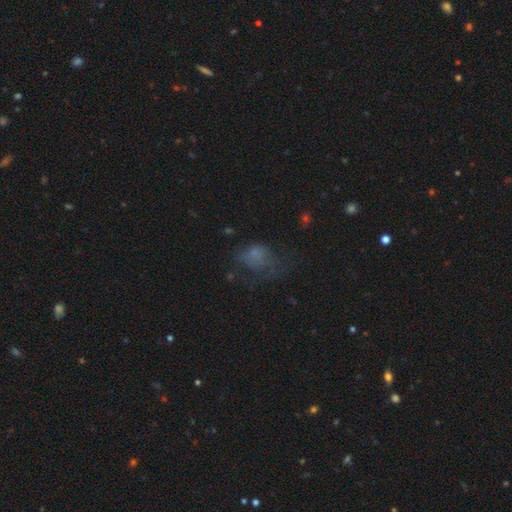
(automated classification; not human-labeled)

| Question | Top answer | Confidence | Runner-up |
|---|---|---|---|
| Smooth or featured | smooth | 56% | featured or disk (25%) |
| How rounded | in between | 61% | round (37%) |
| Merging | major disturbance | 43% | none (32%) |